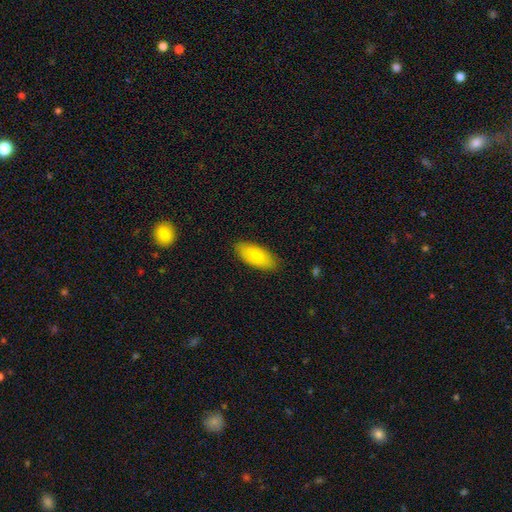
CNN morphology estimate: Q: Smooth or featured?
A: smooth (83%); runner-up: featured or disk (12%)
Q: How rounded?
A: in between (87%); runner-up: cigar-shaped (11%)
Q: Merging?
A: none (86%); runner-up: minor disturbance (10%)